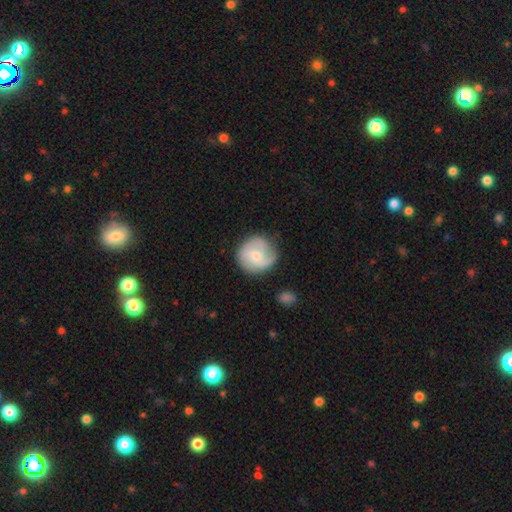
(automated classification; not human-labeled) featured or disk 54%, smooth 39%, star or artifact 6%. Down the decision tree: edge-on disk — no (98%); bar — no (57%); spiral arms — yes (85%); bulge size — small (54%); merging — none (66%).